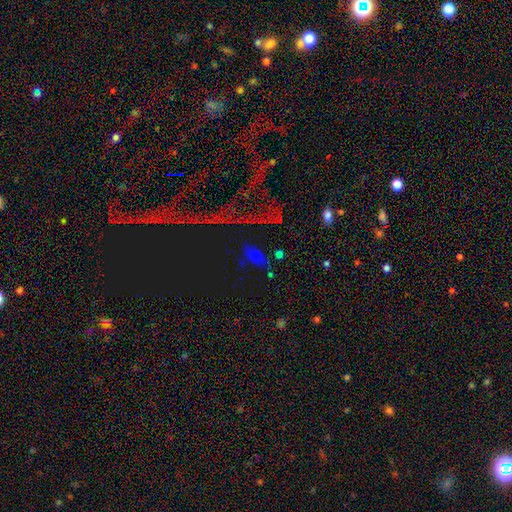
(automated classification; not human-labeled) A star or artifact, not a galaxy (43%, tied with smooth).

Vote fractions:
- Smooth or featured? star or artifact: 43% (tied) / smooth: 43% (tied) / featured or disk: 14%